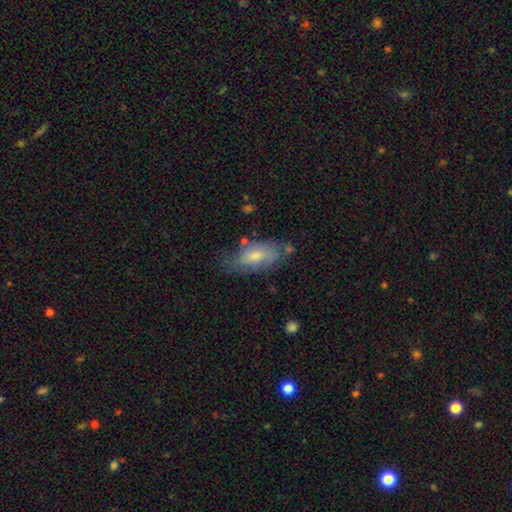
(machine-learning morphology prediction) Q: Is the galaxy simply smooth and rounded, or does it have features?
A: smooth — 58%.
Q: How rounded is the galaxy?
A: in between — 86%.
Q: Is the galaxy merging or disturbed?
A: none — 58%.